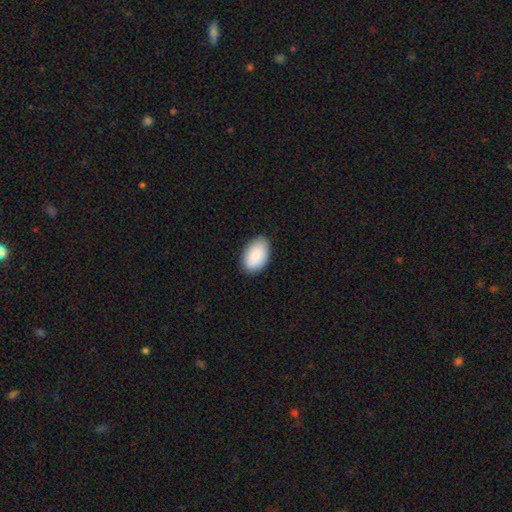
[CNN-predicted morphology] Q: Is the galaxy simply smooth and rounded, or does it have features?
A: smooth — 87%.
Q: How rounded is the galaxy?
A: in between — 92%.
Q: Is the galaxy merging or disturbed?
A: none — 85%.